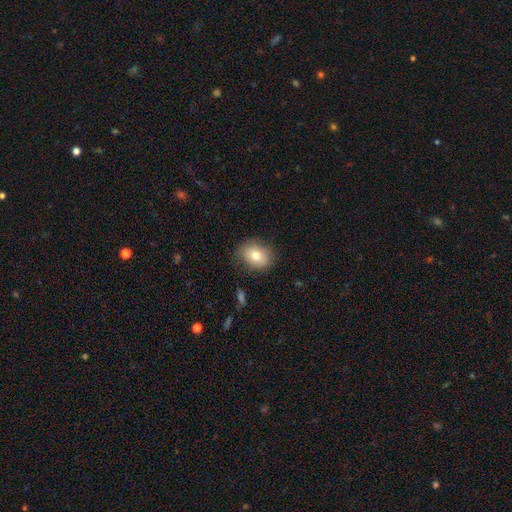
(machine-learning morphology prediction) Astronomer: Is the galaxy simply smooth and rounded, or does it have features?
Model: smooth — 76%.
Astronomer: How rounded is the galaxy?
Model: in between — 54% (runner-up: round, 45%).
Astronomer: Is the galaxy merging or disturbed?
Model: none — 79%.